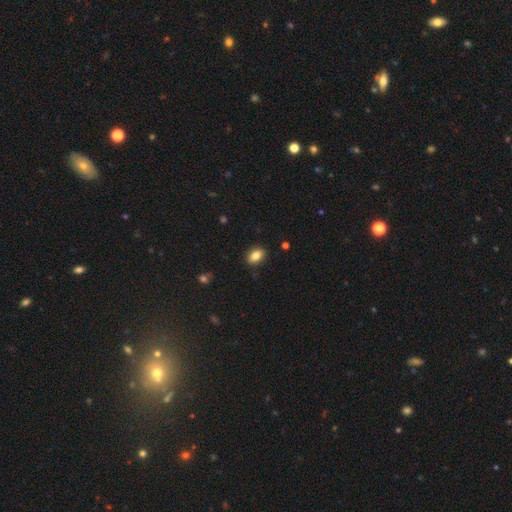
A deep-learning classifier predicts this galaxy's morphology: Smooth or featured?
  - smooth: 85% *
  - star or artifact: 9%
  - featured or disk: 7%
How rounded?
  - in between: 85% *
  - round: 13%
  - cigar-shaped: 2%
Merging?
  - none: 88% *
  - minor disturbance: 9%
  - major disturbance: 2%
  - merger: 1%